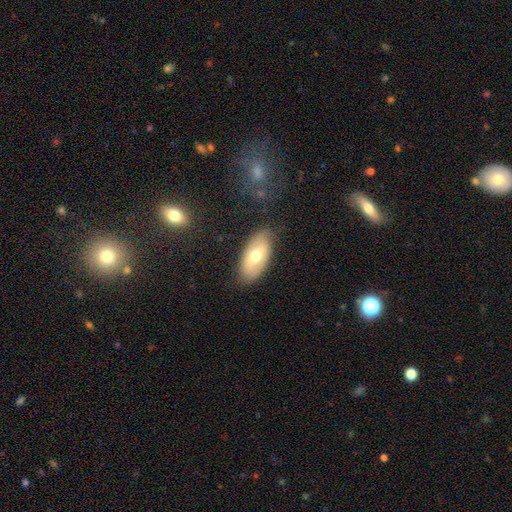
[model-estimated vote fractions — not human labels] Smooth or featured?
  - smooth: 57% *
  - featured or disk: 36%
  - star or artifact: 7%
How rounded?
  - in between: 93% *
  - cigar-shaped: 4%
  - round: 3%
Merging?
  - none: 79% *
  - minor disturbance: 16%
  - major disturbance: 4%
  - merger: 1%